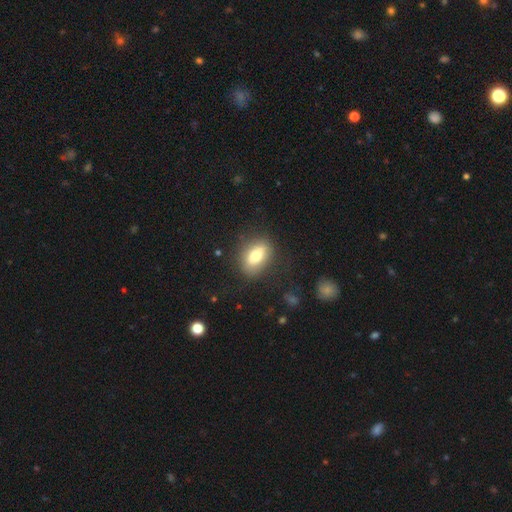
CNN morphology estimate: Smooth or featured? Predicted: smooth (p=0.72). How rounded? Predicted: in between (p=0.80). Merging? Predicted: none (p=0.81).